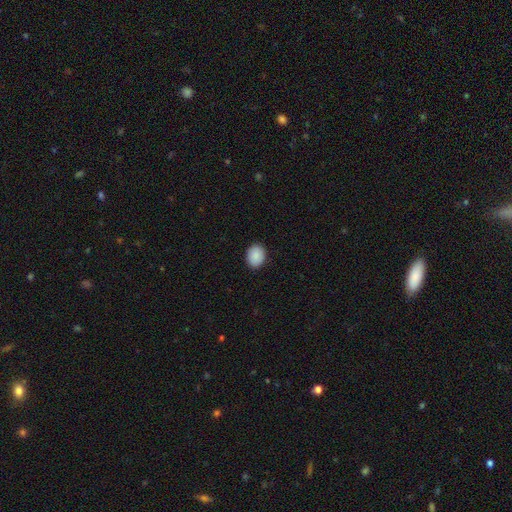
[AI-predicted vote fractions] Morphology: type=smooth (90%); roundness=in between (63%); merging=none (90%).